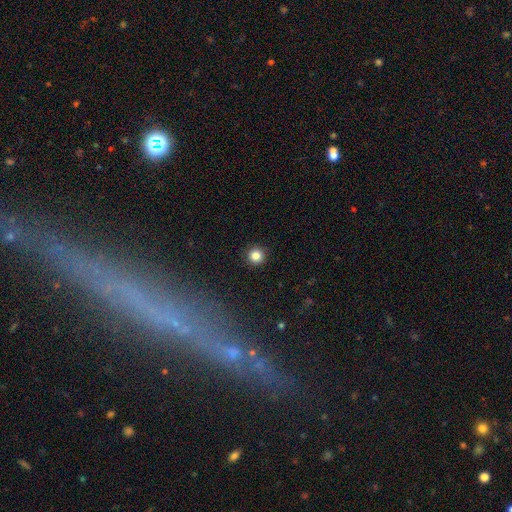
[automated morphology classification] Overall: smooth (84%). How rounded: round (96%). Merging: none (93%).